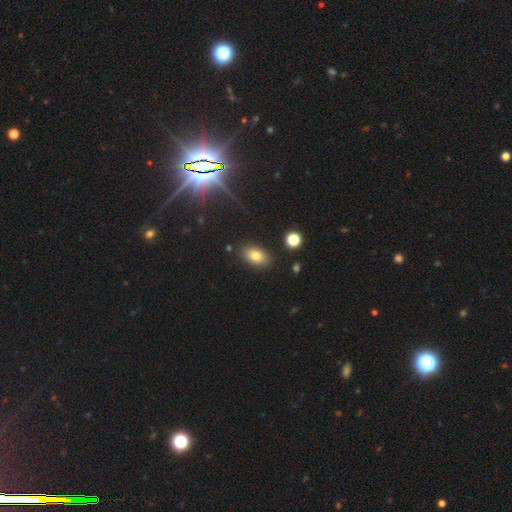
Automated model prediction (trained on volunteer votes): Q: Smooth or featured?
A: smooth (78%); runner-up: featured or disk (11%)
Q: How rounded?
A: in between (89%); runner-up: round (8%)
Q: Merging?
A: none (86%); runner-up: minor disturbance (9%)